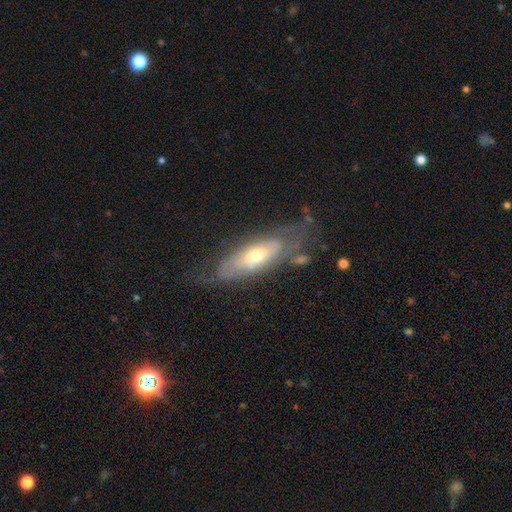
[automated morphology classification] The model was most divided on "merging": none: 57%, minor disturbance: 25%, major disturbance: 15%, merger: 3%. More confident: edge-on disk — no (75%); smooth or featured — featured or disk (66%).